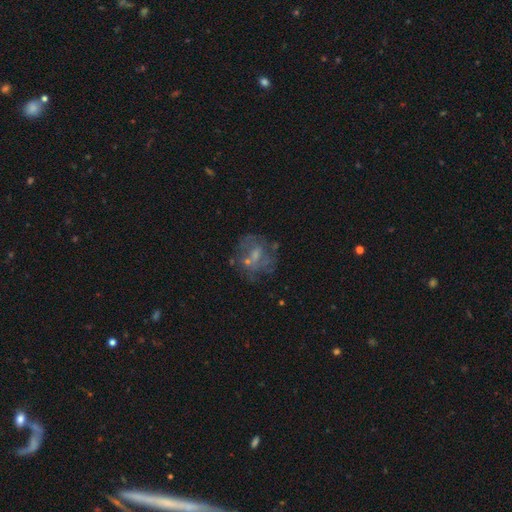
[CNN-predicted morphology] A featured or disk galaxy (59%) with no bar (64%), no spiral arms (64%) and a small central bulge (43%).

Vote fractions:
- Smooth or featured? featured or disk: 59% / smooth: 28% / star or artifact: 13%
- Edge-on disk? no: 97% / yes: 3%
- Bar? no: 64% / weak: 31% / strong: 6%
- Spiral arms? no: 64% / yes: 36%
- Bulge size? small: 43% / moderate: 34% / none: 19% / large: 3% / dominant: 1%
- Merging? none: 55% / minor disturbance: 18% / major disturbance: 17% / merger: 11%